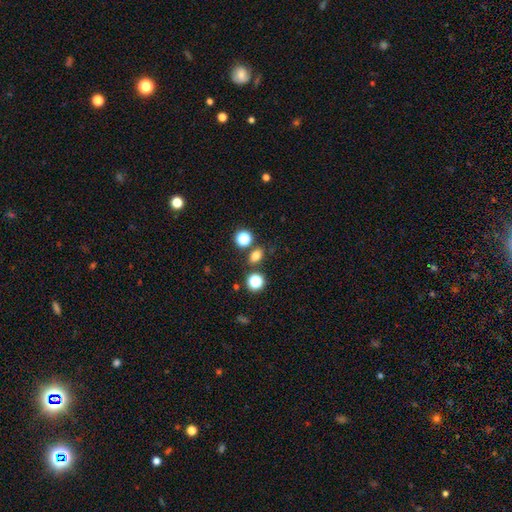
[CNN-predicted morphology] The model was most divided on "how rounded": in between: 55%, round: 43%, cigar-shaped: 2%. More confident: merging — none (78%); smooth or featured — smooth (75%).